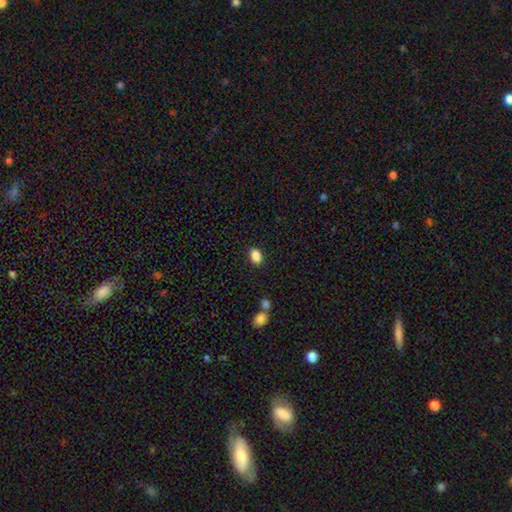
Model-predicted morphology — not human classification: smooth_or_featured: smooth (p=0.87) [alt: star or artifact p=0.09]
how_rounded: in between (p=0.75) [alt: round p=0.24]
merging: none (p=0.86) [alt: minor disturbance p=0.09]